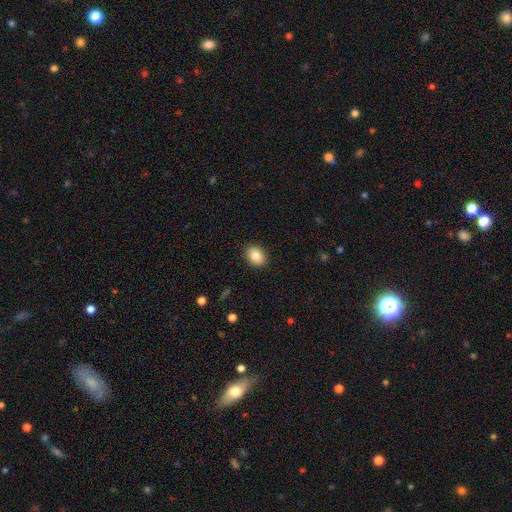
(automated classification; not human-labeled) Overall: smooth (85%). How rounded: in between (67%; round 32%). Merging: none (89%).